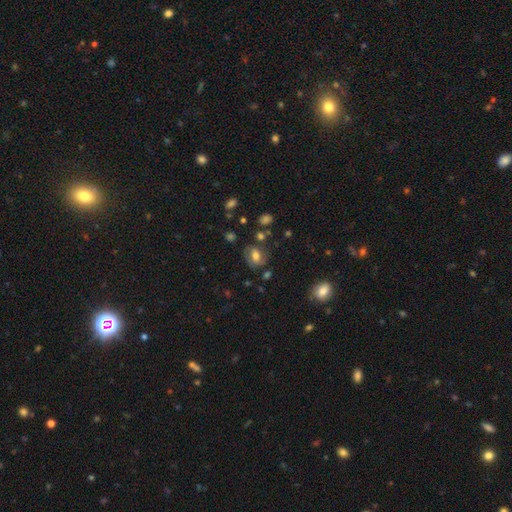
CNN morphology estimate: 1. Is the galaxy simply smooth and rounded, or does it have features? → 56% smooth, 34% featured or disk, 10% star or artifact.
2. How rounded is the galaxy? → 58% in between, 40% round, 2% cigar-shaped.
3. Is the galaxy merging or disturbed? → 64% none, 21% minor disturbance, 11% major disturbance, 5% merger.